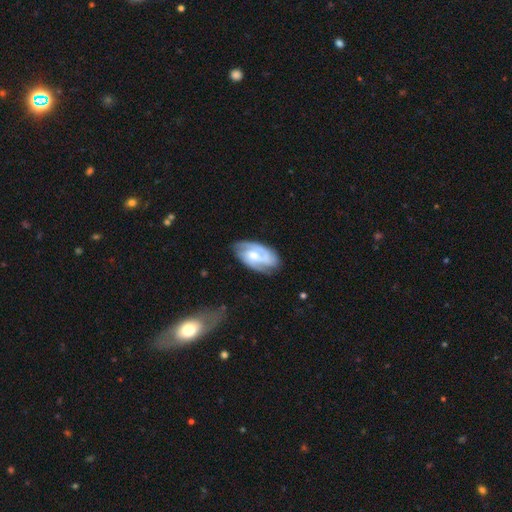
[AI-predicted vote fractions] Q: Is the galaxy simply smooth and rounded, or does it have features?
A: featured or disk — 79%.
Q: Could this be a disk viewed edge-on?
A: no — 96%.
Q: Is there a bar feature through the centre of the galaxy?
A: no — 49%.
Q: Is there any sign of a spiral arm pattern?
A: yes — 95%.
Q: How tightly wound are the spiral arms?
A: tight — 47%.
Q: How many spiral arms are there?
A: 2 — 49%.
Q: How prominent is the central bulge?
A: moderate — 52%.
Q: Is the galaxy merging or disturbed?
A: none — 70%.